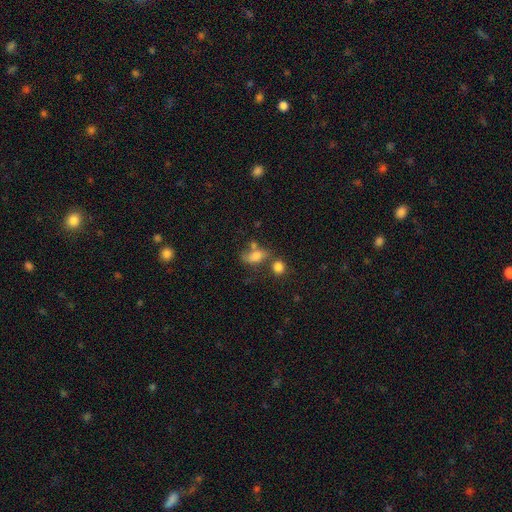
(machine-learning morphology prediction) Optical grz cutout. It shows a smooth galaxy with no disk features (71%) that is in between round and cigar-shaped (80%). Merging: none (39%).